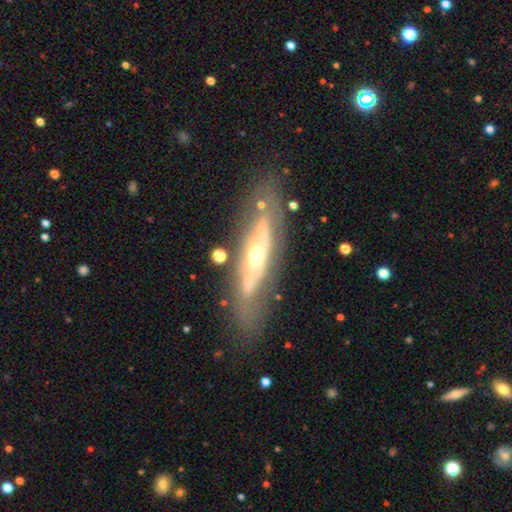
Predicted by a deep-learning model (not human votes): The model was most divided on "edge-on disk": no: 64%, yes: 36%. More confident: smooth or featured — featured or disk (74%); merging — none (70%).